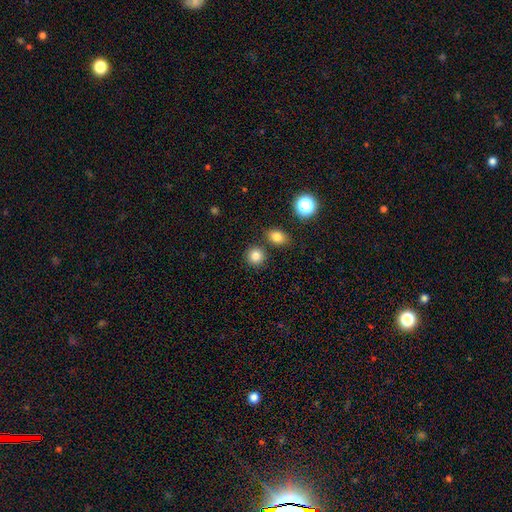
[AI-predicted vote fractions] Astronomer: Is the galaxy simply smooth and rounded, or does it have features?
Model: smooth — 82%.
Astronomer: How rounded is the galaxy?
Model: round — 89%.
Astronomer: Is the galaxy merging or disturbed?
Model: none — 82%.